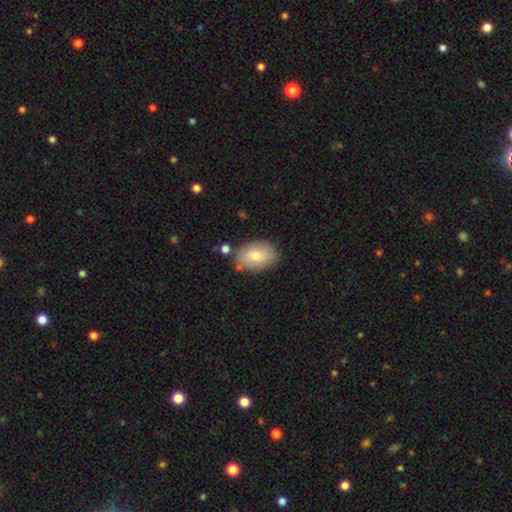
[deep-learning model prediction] smooth-or-featured: smooth: 74% | featured or disk: 18% | star or artifact: 8%
  how-rounded: in between: 82% | round: 17% | cigar-shaped: 1%
  merging: none: 76% | minor disturbance: 15% | merger: 6% | major disturbance: 3%